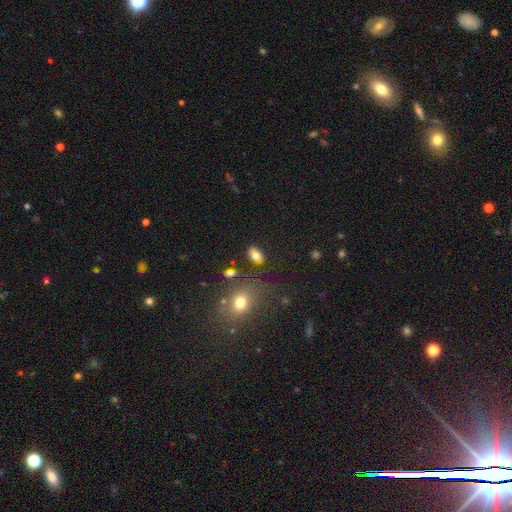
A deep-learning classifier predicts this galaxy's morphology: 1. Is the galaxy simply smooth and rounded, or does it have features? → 81% smooth, 11% star or artifact, 9% featured or disk.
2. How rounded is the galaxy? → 88% in between, 9% round, 2% cigar-shaped.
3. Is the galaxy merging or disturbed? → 81% none, 11% minor disturbance, 4% merger, 3% major disturbance.